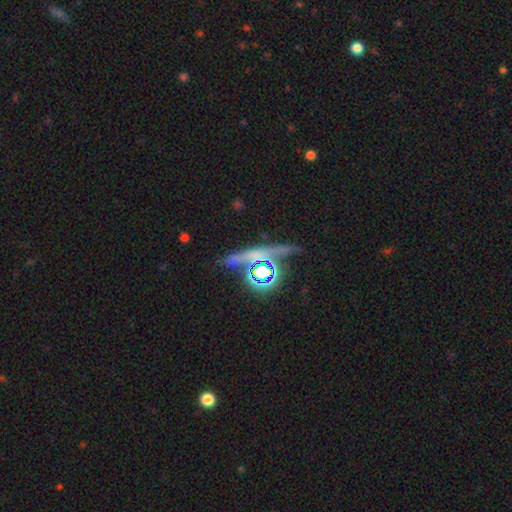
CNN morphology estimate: smooth-or-featured: star or artifact: 53% | featured or disk: 25% | smooth: 22%